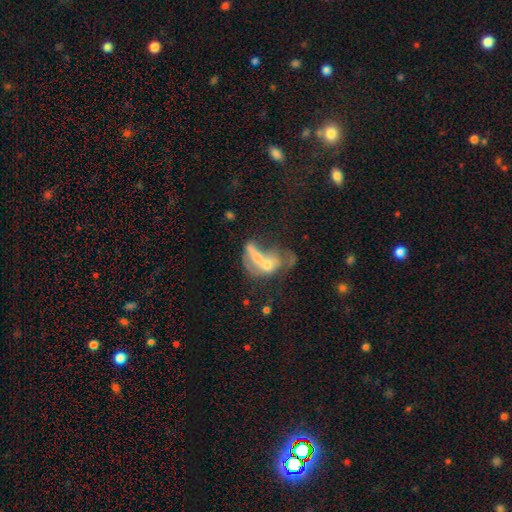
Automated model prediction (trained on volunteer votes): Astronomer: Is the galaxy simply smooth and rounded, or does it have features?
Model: featured or disk — 48% (runner-up: smooth, 41%).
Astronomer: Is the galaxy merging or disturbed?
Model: merger — 58%.